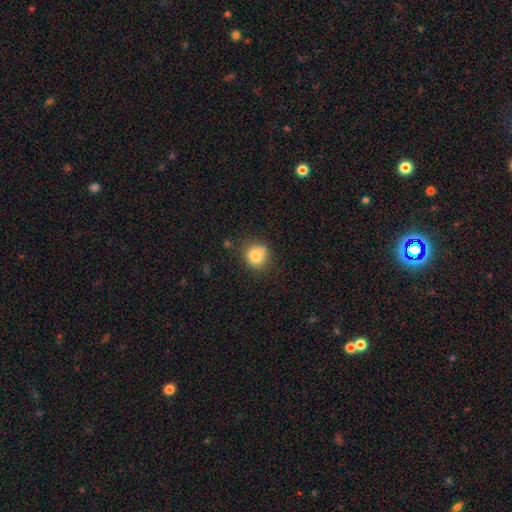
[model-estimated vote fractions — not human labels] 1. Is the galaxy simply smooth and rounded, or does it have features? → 82% smooth, 10% star or artifact, 8% featured or disk.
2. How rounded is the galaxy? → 83% round, 16% in between, 1% cigar-shaped.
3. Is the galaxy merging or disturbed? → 68% none, 18% minor disturbance, 10% merger, 4% major disturbance.